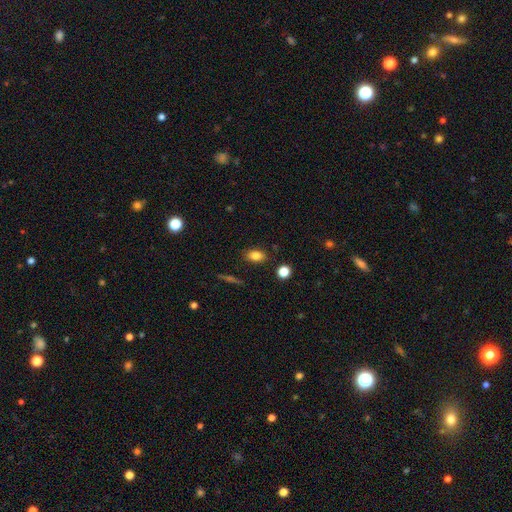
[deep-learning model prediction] A smooth galaxy with no disk features (82%) that is in between round and cigar-shaped (81%). Merging: none (85%).